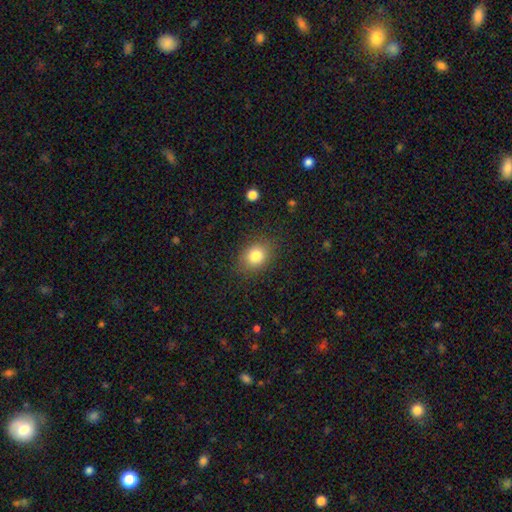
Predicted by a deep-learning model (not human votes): Q: Smooth or featured?
A: smooth (81%); runner-up: star or artifact (11%)
Q: How rounded?
A: in between (51%); runner-up: round (48%)
Q: Merging?
A: none (84%); runner-up: minor disturbance (11%)